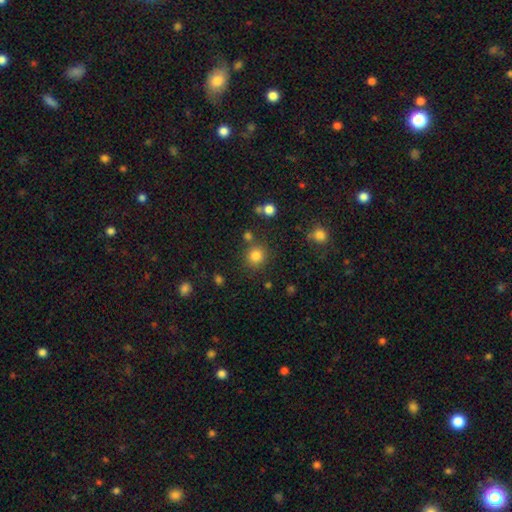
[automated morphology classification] type=smooth (82%); roundness=round (91%); merging=none (81%).